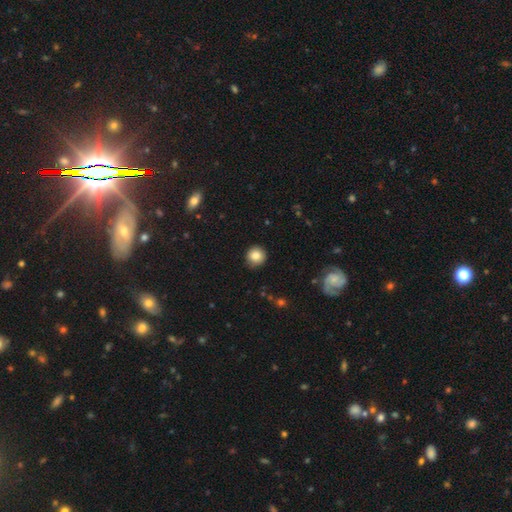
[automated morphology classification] Smooth or featured: smooth — 85% (star or artifact — 9%)
How rounded: round — 93% (in between — 6%)
Merging: none — 89% (minor disturbance — 8%)